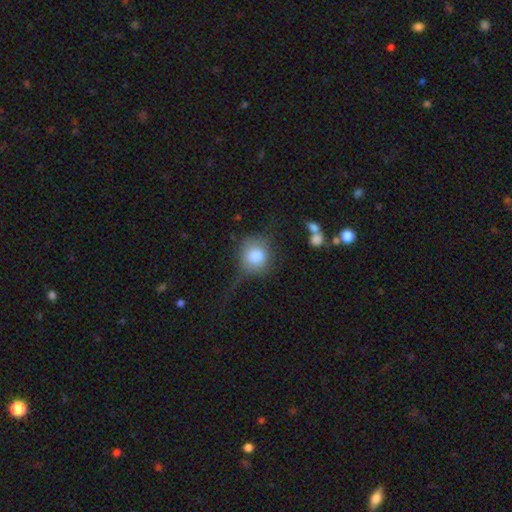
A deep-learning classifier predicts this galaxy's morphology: smooth-or-featured: smooth: 78% | featured or disk: 14% | star or artifact: 9%
  how-rounded: round: 76% | in between: 23% | cigar-shaped: 2%
  merging: none: 46% | minor disturbance: 25% | major disturbance: 24% | merger: 5%